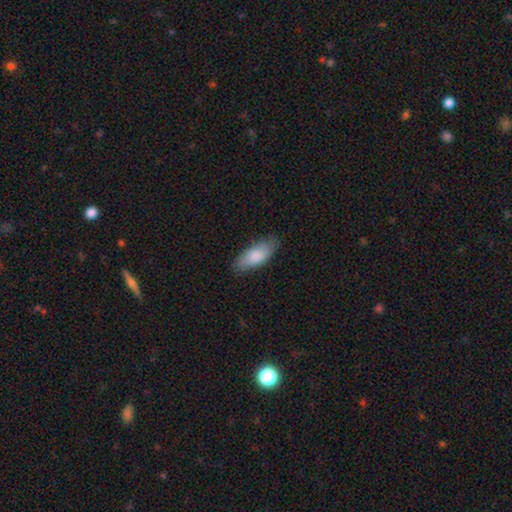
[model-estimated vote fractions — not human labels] The model was most divided on "how rounded": in between: 79%, cigar-shaped: 19%, round: 2%. More confident: smooth or featured — smooth (83%); merging — none (80%).